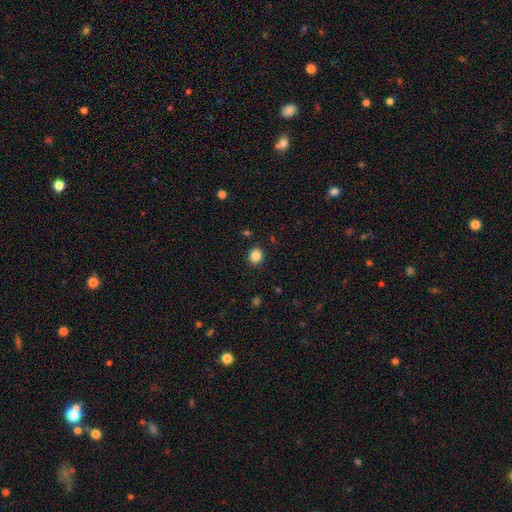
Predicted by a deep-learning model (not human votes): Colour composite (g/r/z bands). It shows a smooth galaxy with no disk features (85%) that is round (76%). Merging: none (90%).